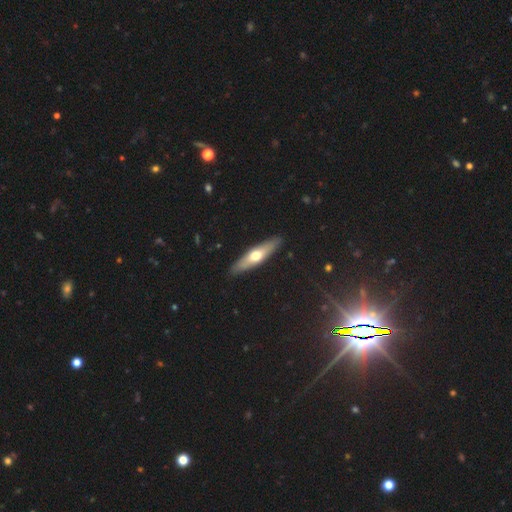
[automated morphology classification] smooth 48%, featured or disk 47%, star or artifact 5%. Down the decision tree: merging — none (90%).